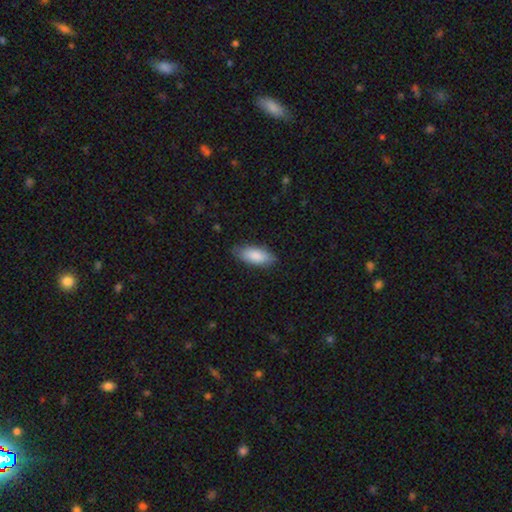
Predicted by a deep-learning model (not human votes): This is clearly a smooth galaxy (86%). How rounded: clearly in between (83%). Merging: clearly none (81%).